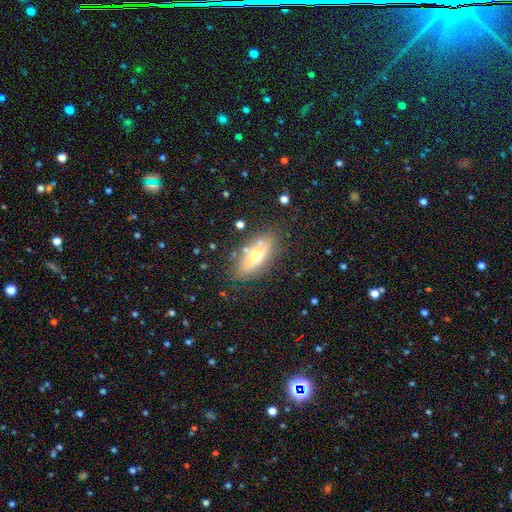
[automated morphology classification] This appears to be a smooth galaxy with no disk features (53%) that is in between round and cigar-shaped (73%). Merging: none (75%).